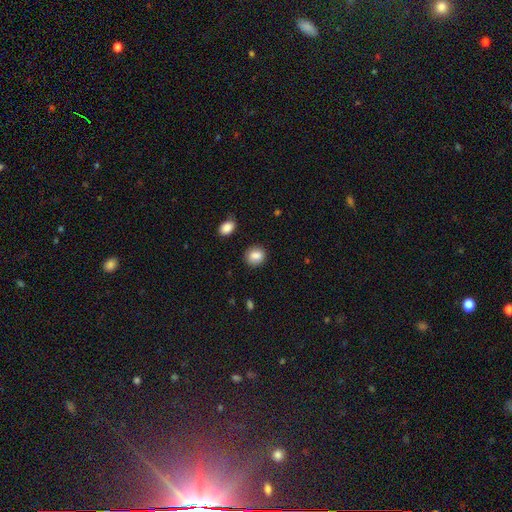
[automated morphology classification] Smooth or featured? Predicted: smooth (p=0.87). How rounded? Predicted: round (p=0.68). Merging? Predicted: none (p=0.83).